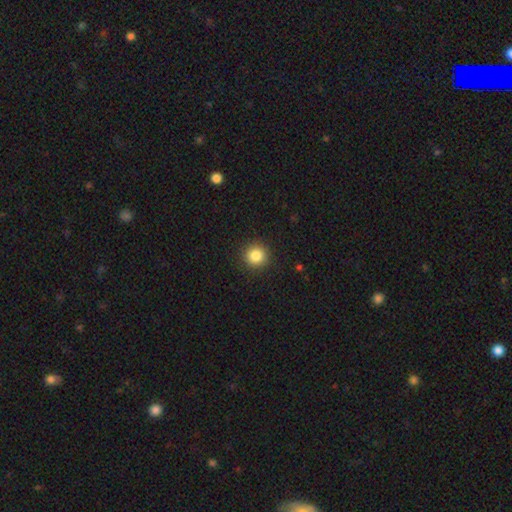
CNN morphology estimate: This appears to be a smooth galaxy with no disk features (85%) that is round (94%). Merging: none (92%).